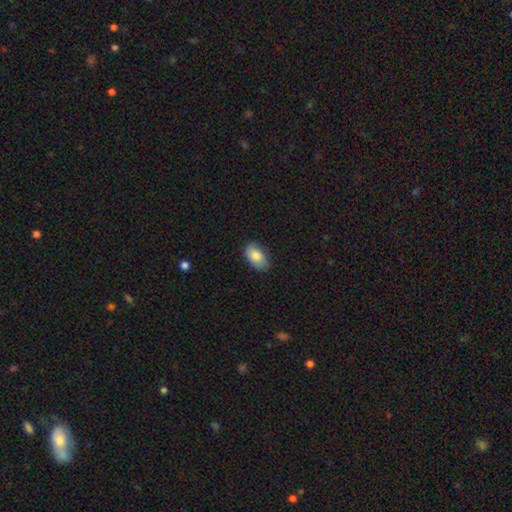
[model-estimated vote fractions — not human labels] Smooth or featured?
  - smooth: 83% *
  - featured or disk: 11%
  - star or artifact: 7%
How rounded?
  - in between: 93% *
  - round: 6%
  - cigar-shaped: 2%
Merging?
  - none: 79% *
  - minor disturbance: 17%
  - major disturbance: 3%
  - merger: 1%